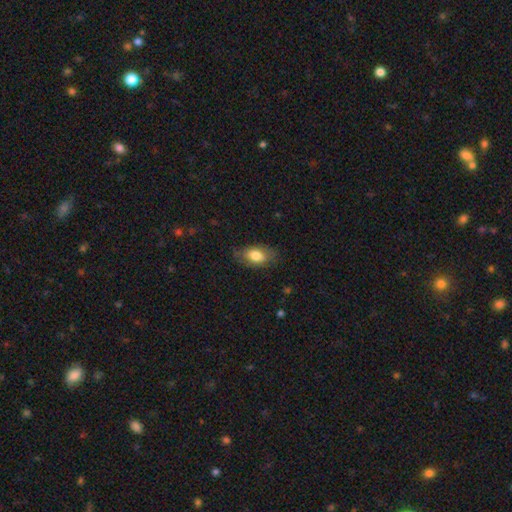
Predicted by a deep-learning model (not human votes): This is likely a smooth galaxy (77%). How rounded: clearly in between (90%). Merging: likely none (76%).